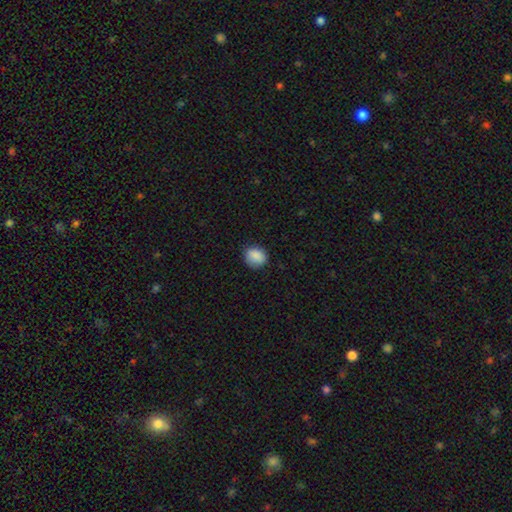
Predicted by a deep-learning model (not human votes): This is clearly a smooth galaxy (87%). How rounded: likely round (68%). Merging: clearly none (82%).